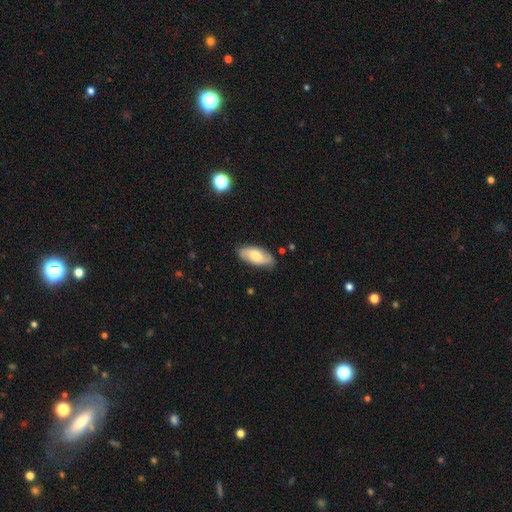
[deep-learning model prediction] Smooth or featured: smooth — 54% (featured or disk — 39%)
How rounded: in between — 87% (cigar-shaped — 10%)
Merging: none — 83% (minor disturbance — 13%)